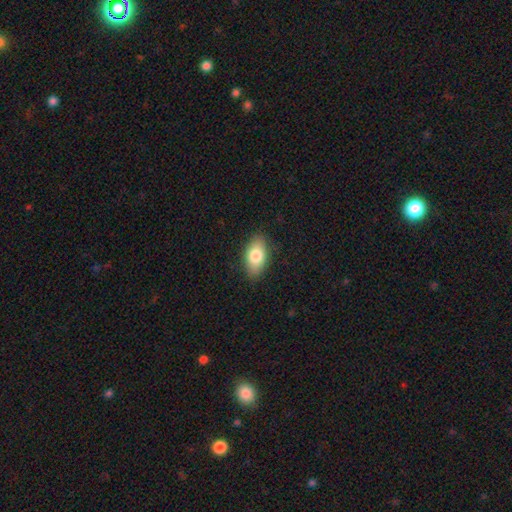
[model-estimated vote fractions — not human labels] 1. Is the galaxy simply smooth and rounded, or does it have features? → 80% smooth, 13% featured or disk, 7% star or artifact.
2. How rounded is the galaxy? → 91% in between, 5% round, 4% cigar-shaped.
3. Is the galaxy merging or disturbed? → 87% none, 10% minor disturbance, 2% major disturbance, 1% merger.